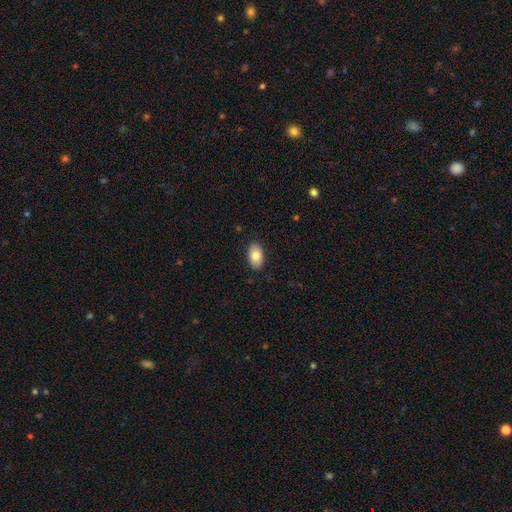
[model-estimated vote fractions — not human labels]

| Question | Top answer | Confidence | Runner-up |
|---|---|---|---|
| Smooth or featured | smooth | 81% | featured or disk (13%) |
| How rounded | in between | 93% | round (6%) |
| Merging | none | 88% | minor disturbance (9%) |